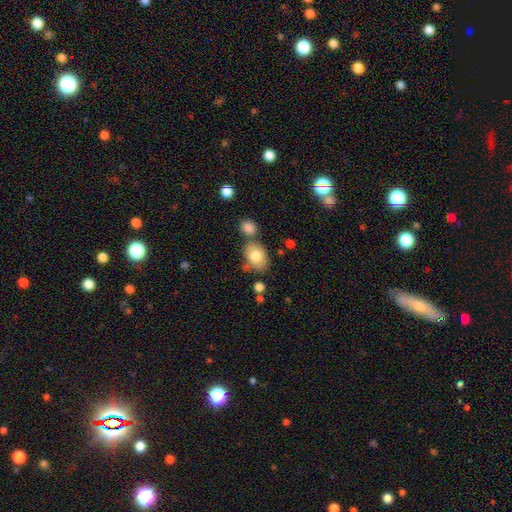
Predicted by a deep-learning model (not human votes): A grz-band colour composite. It shows a smooth galaxy with no disk features (78%) that is in between round and cigar-shaped (71%). Merging: none (60%).